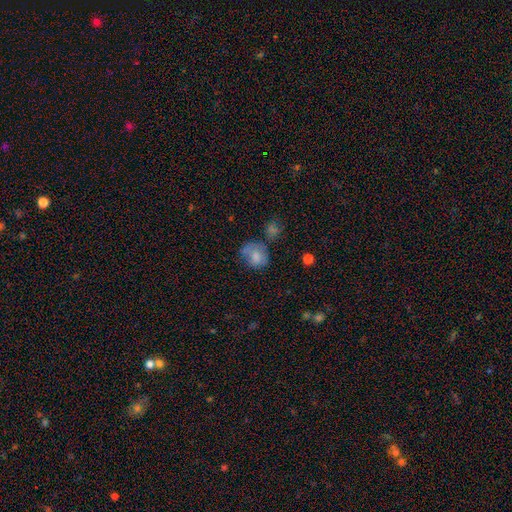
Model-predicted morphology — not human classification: Smooth or featured? smooth (72%)
How rounded? round (56%)
Merging? none (42%)